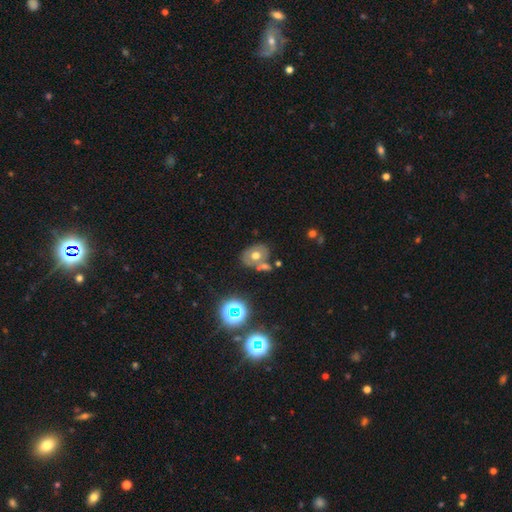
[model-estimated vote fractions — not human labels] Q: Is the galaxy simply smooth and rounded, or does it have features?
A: smooth — 51%.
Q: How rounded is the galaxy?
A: in between — 57%.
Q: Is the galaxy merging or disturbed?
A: none — 54%.